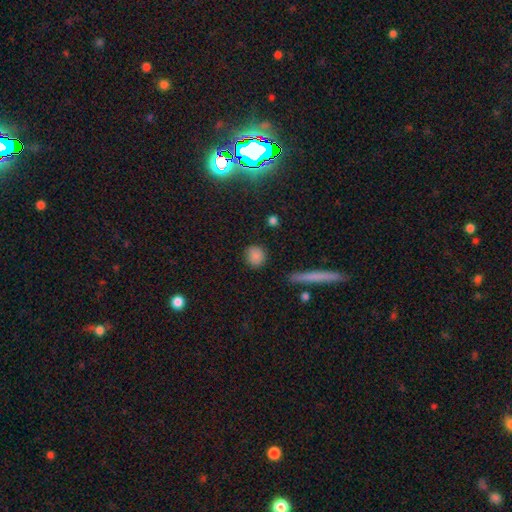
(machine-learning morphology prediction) smooth-or-featured: smooth: 85% | star or artifact: 10% | featured or disk: 6%
  how-rounded: round: 80% | in between: 17% | cigar-shaped: 3%
  merging: none: 85% | minor disturbance: 10% | major disturbance: 3% | merger: 2%